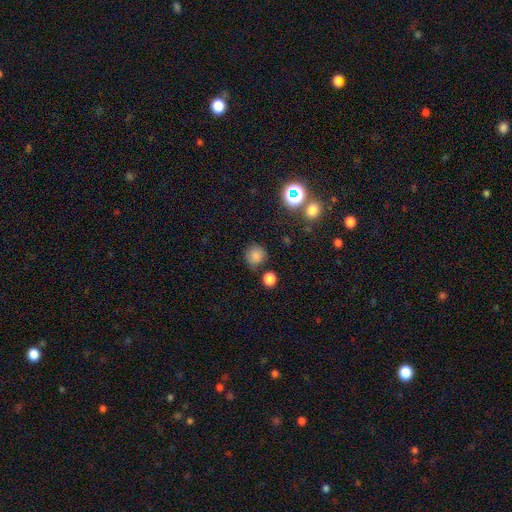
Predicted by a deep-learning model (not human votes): The model was most divided on "smooth or featured": smooth: 80%, star or artifact: 15%, featured or disk: 5%. More confident: how rounded — round (90%); merging — none (81%).